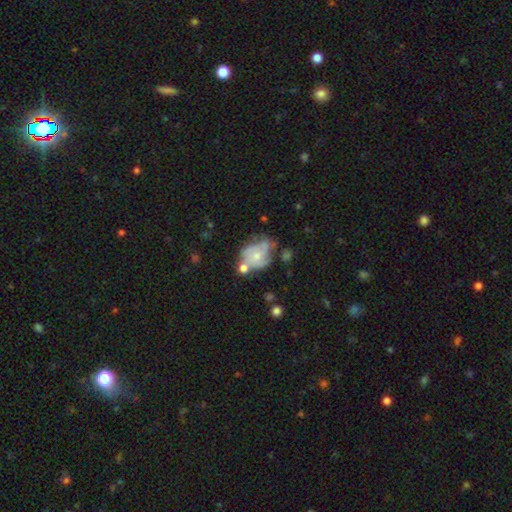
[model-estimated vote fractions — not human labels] Morphology: type=featured or disk (54%); edge-on=no (97%); bar=no (82%); spiral arms=yes (64%); bulge=small (53%); merging=none (35%).